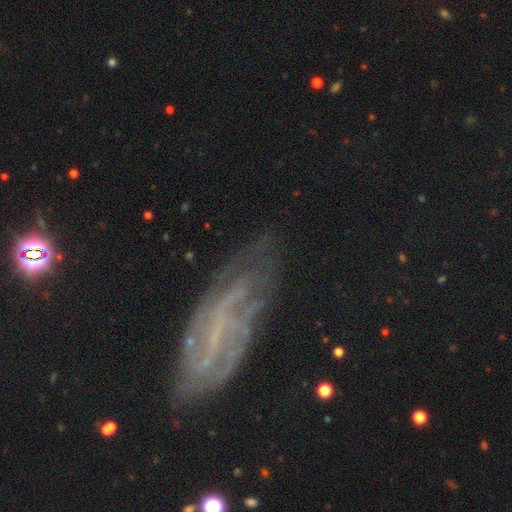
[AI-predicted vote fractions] This is likely a featured or disk galaxy (72%). It is clearly not viewed edge-on (89%). Bar: marginally weak (36%, tied with no). Spiral arm pattern: clearly yes (83%). Spiral arm count: marginally 2 (37%). Spiral winding: marginally medium (39%). Central bulge: likely none (61%). Merging: likely none (64%).